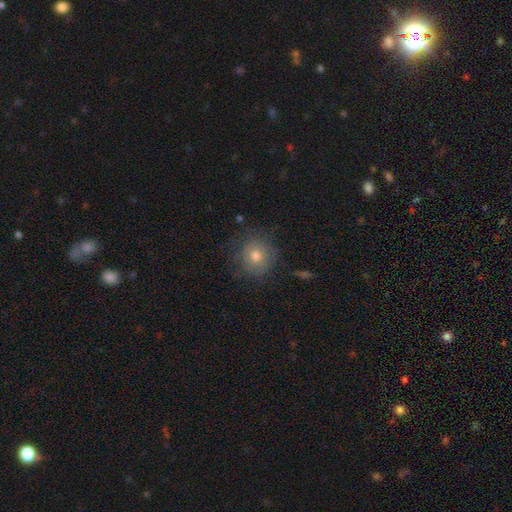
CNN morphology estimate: Q: Smooth or featured?
A: smooth (69%); runner-up: featured or disk (17%)
Q: How rounded?
A: round (91%); runner-up: in between (8%)
Q: Merging?
A: none (80%); runner-up: minor disturbance (14%)